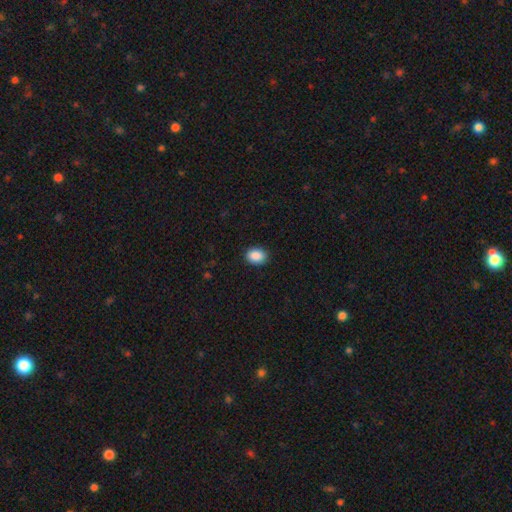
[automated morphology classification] smooth 90%, star or artifact 8%, featured or disk 3%. Down the decision tree: how rounded — in between (67%); merging — none (89%).